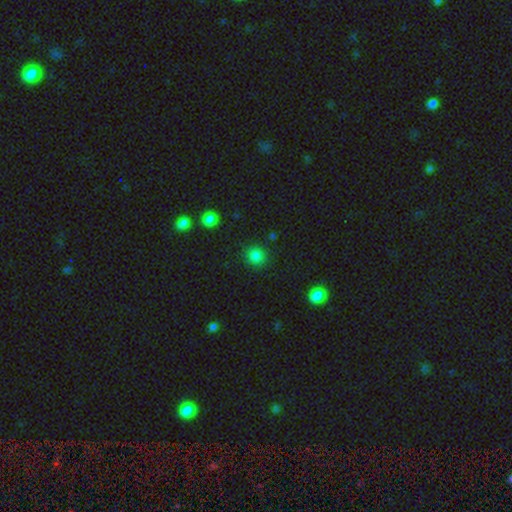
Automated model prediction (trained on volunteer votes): Smooth or featured?
  - smooth: 83% *
  - star or artifact: 14%
  - featured or disk: 4%
How rounded?
  - round: 88% *
  - in between: 11%
  - cigar-shaped: 1%
Merging?
  - none: 88% *
  - minor disturbance: 8%
  - major disturbance: 3%
  - merger: 2%